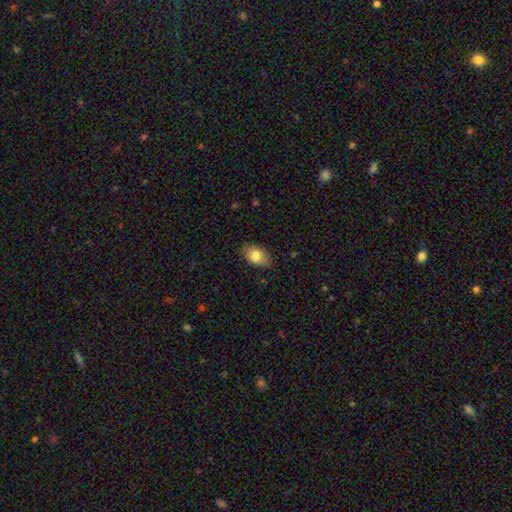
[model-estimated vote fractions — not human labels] Overall: smooth (81%). How rounded: in between (89%). Merging: none (85%).